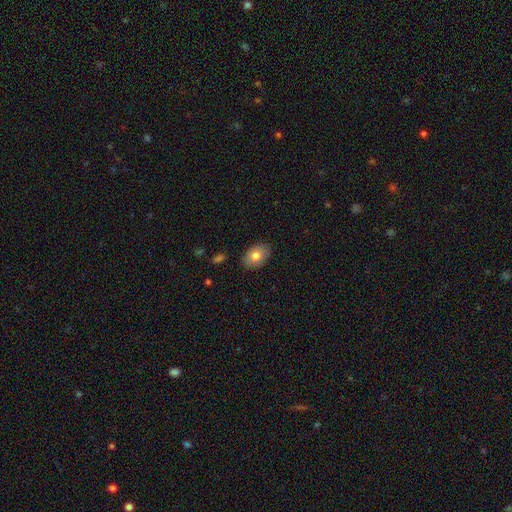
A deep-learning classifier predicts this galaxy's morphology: Smooth or featured? smooth (79%)
How rounded? in between (82%)
Merging? none (87%)